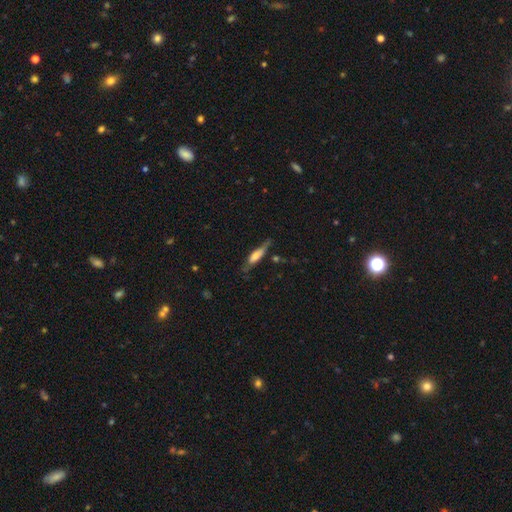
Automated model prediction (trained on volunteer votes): The model was most divided on "smooth or featured": smooth: 58%, featured or disk: 35%, star or artifact: 7%. More confident: how rounded — cigar-shaped (66%); merging — none (56%).